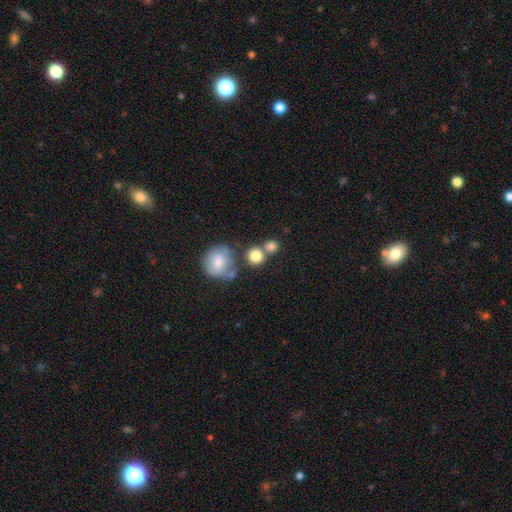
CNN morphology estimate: smooth 82%, star or artifact 10%, featured or disk 8%. Down the decision tree: how rounded — round (86%); merging — none (54%).